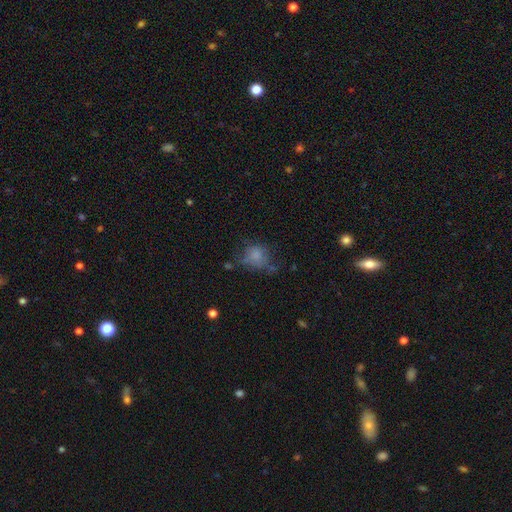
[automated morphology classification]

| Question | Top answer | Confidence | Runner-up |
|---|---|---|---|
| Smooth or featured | smooth | 71% | featured or disk (16%) |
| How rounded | round | 60% | in between (39%) |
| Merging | none | 43% | minor disturbance (28%) |